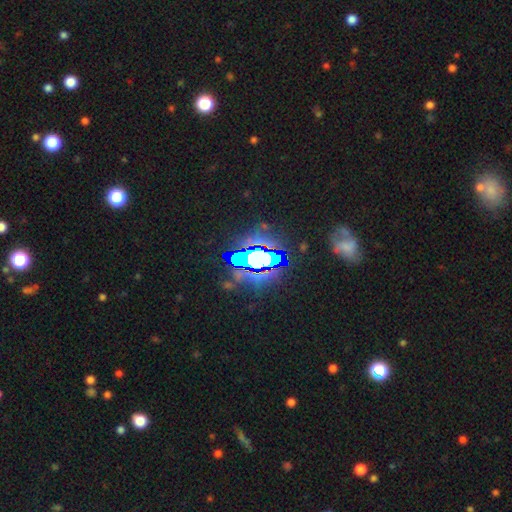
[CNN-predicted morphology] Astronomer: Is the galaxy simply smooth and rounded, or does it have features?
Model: star or artifact — 81%.